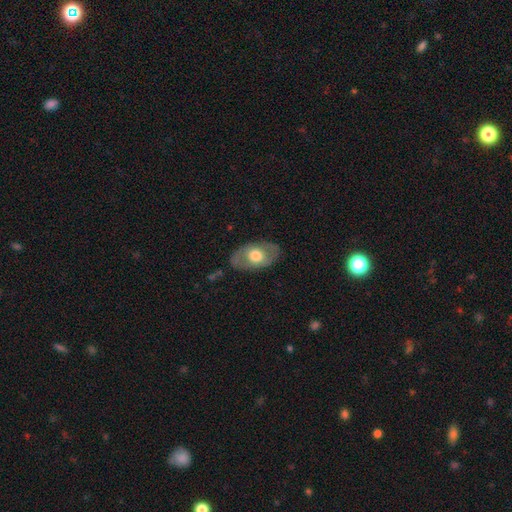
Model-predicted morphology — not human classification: The model was most divided on "smooth or featured": smooth: 50%, featured or disk: 44%, star or artifact: 5%. More confident: how rounded — in between (87%); merging — none (82%).